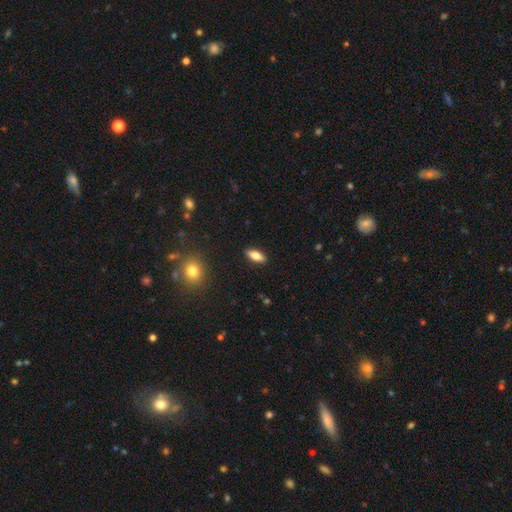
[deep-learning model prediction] A smooth galaxy with no disk features (74%) that is in between round and cigar-shaped (75%). Merging: none (89%).